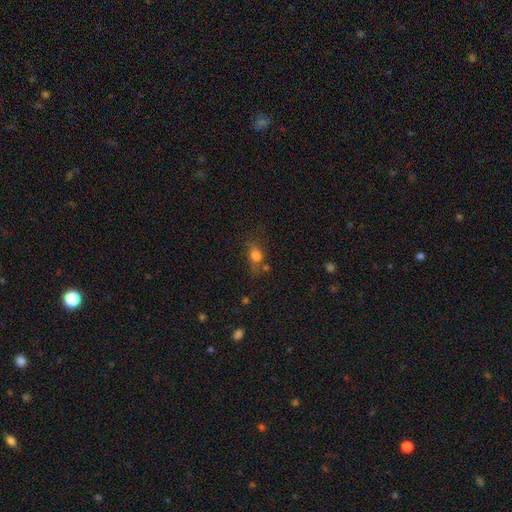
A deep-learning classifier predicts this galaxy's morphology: smooth-or-featured: smooth: 73% | star or artifact: 14% | featured or disk: 13%
  how-rounded: in between: 53% | round: 43% | cigar-shaped: 4%
  merging: none: 53% | minor disturbance: 23% | major disturbance: 13% | merger: 11%